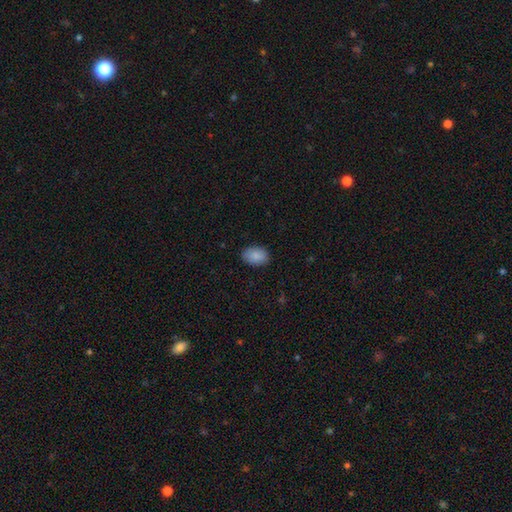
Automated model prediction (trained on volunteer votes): smooth_or_featured: smooth (p=0.88) [alt: star or artifact p=0.07]
how_rounded: in between (p=0.87) [alt: round p=0.12]
merging: none (p=0.86) [alt: minor disturbance p=0.10]